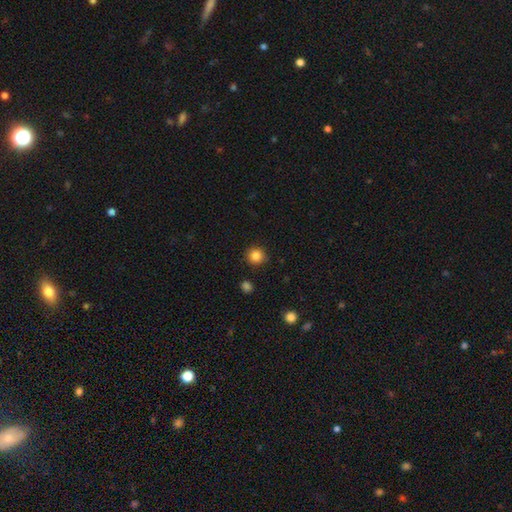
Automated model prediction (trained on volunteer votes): This appears to be a smooth galaxy with no disk features (85%) that is round (94%). Merging: none (89%).